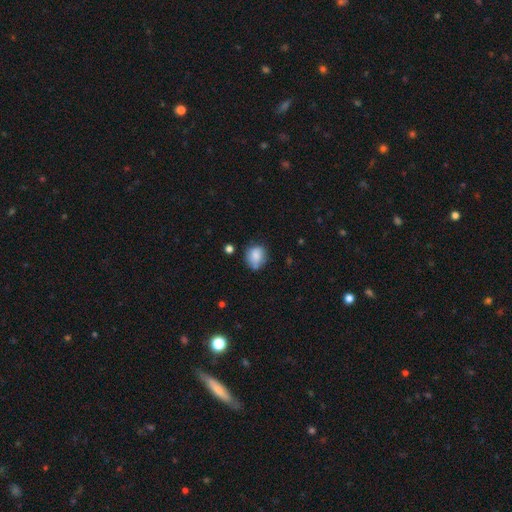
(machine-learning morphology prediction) Smooth or featured?
  - smooth: 79% *
  - featured or disk: 12%
  - star or artifact: 9%
How rounded?
  - round: 65% *
  - in between: 34%
  - cigar-shaped: 1%
Merging?
  - none: 60% *
  - minor disturbance: 27%
  - major disturbance: 7%
  - merger: 6%